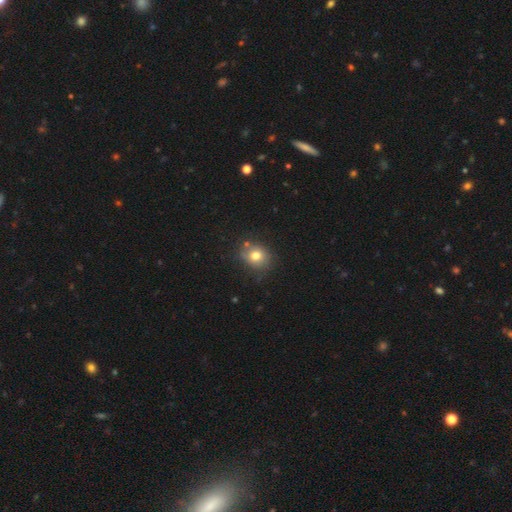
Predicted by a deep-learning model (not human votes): Smooth or featured? smooth (76%)
How rounded? round (66%)
Merging? none (72%)